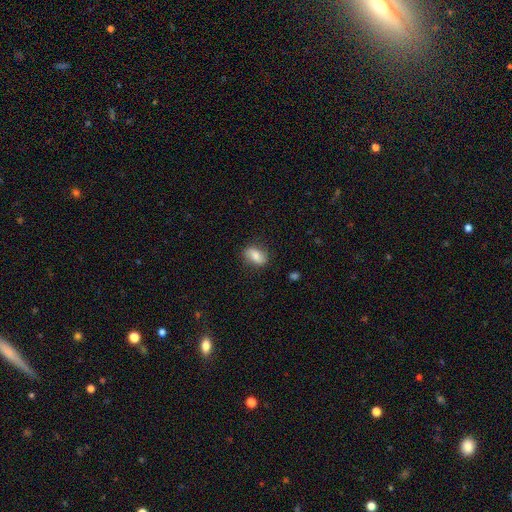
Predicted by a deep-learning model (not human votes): This is likely a smooth galaxy (77%). How rounded: clearly in between (85%). Merging: likely none (79%).